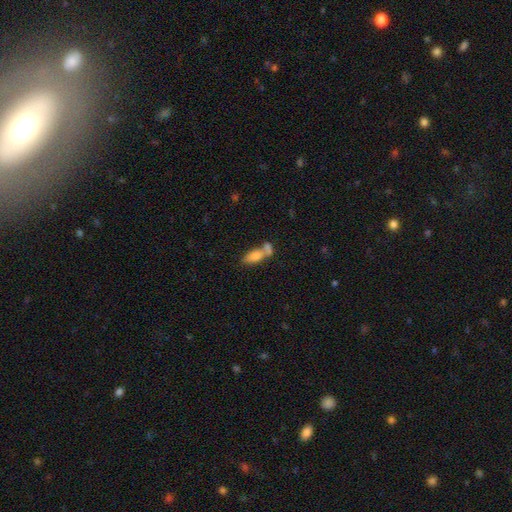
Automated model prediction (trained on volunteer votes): A smooth galaxy with no disk features (77%) that is in between round and cigar-shaped (83%). Merging: merger (54%).